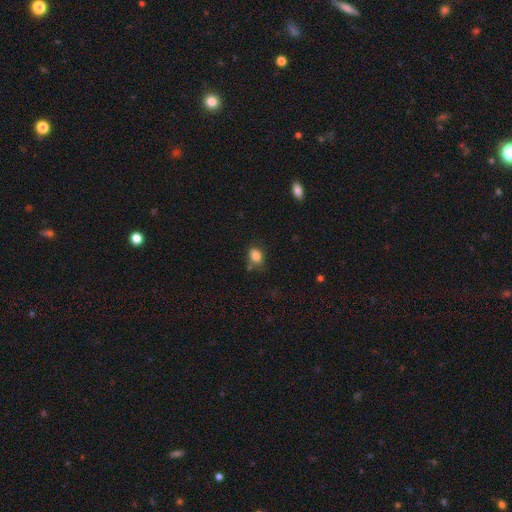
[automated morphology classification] smooth 84%, star or artifact 10%, featured or disk 6%. Down the decision tree: how rounded — in between (70%); merging — none (64%).